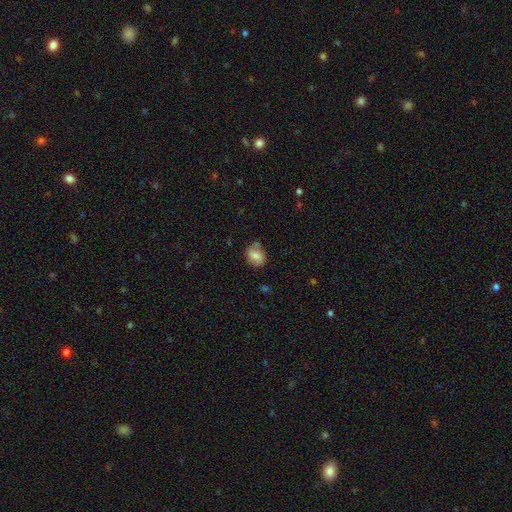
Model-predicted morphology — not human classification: Q: Smooth or featured?
A: smooth (78%); runner-up: featured or disk (13%)
Q: How rounded?
A: in between (52%); runner-up: round (47%)
Q: Merging?
A: none (65%); runner-up: minor disturbance (22%)